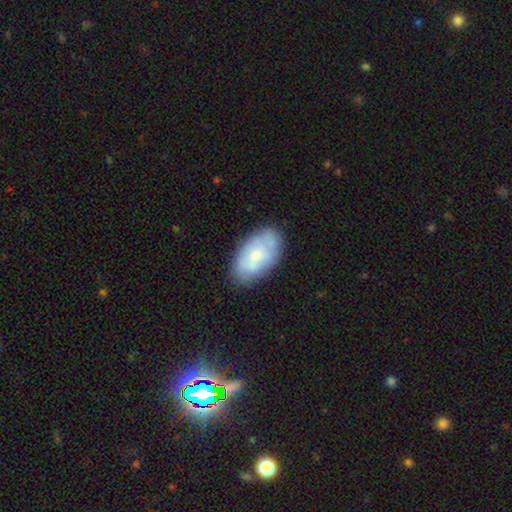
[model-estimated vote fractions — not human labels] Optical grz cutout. It shows a smooth galaxy with no disk features (57%) that is in between round and cigar-shaped (94%). Merging: none (76%).